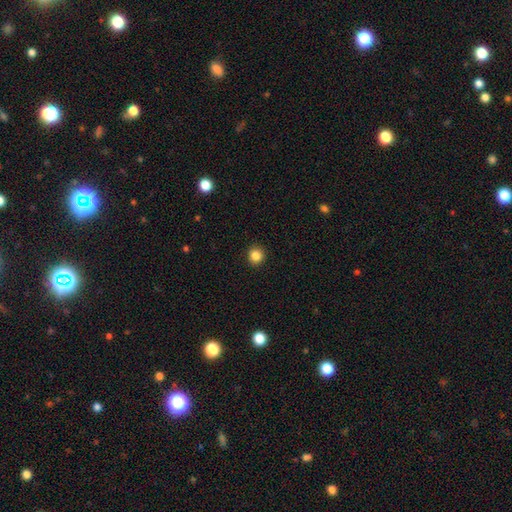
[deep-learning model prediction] smooth 85%, star or artifact 11%, featured or disk 4%. Down the decision tree: how rounded — round (92%); merging — none (92%).